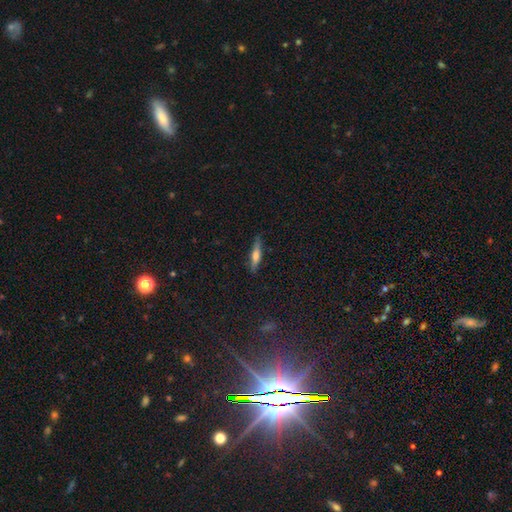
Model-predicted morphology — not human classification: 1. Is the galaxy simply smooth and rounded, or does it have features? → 50% smooth, 43% featured or disk, 7% star or artifact.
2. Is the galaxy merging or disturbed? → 85% none, 11% minor disturbance, 2% major disturbance, 1% merger.